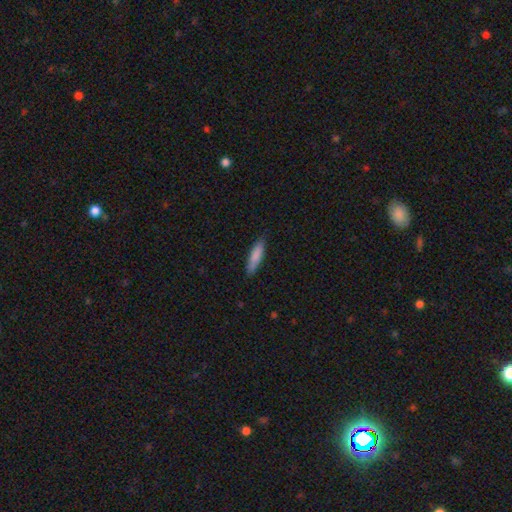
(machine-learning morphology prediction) smooth 83%, featured or disk 11%, star or artifact 6%. Down the decision tree: how rounded — cigar-shaped (77%); merging — none (83%).